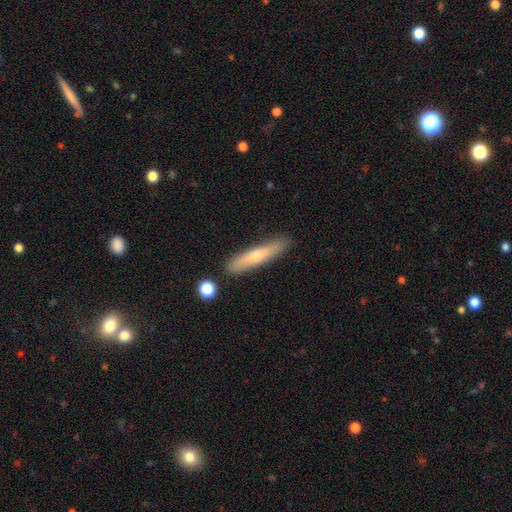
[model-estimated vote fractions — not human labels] This appears to be a smooth galaxy with no disk features (58%) that is cigar-shaped (89%). Merging: none (84%).